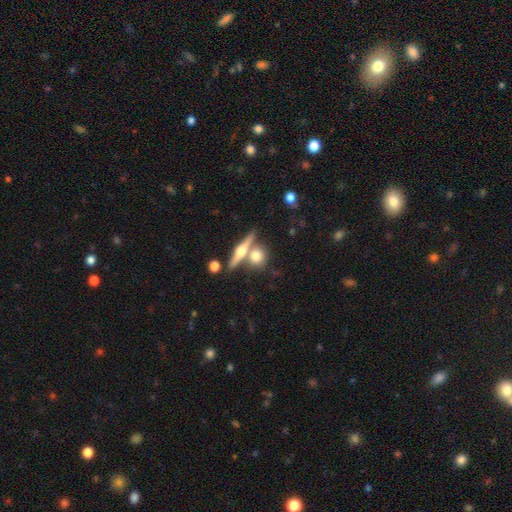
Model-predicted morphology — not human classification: Smooth or featured: smooth — 50% (featured or disk — 41%)
How rounded: round — 57% (in between — 21%)
Merging: none — 60% (merger — 28%)